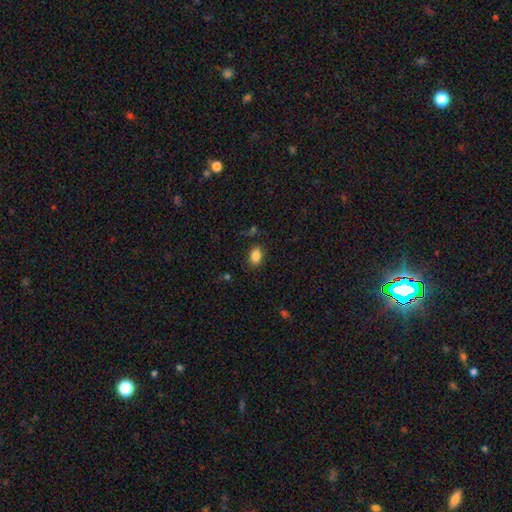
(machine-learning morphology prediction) The model was most divided on "merging": none: 81%, minor disturbance: 12%, major disturbance: 4%, merger: 3%. More confident: smooth or featured — smooth (86%); how rounded — in between (85%).